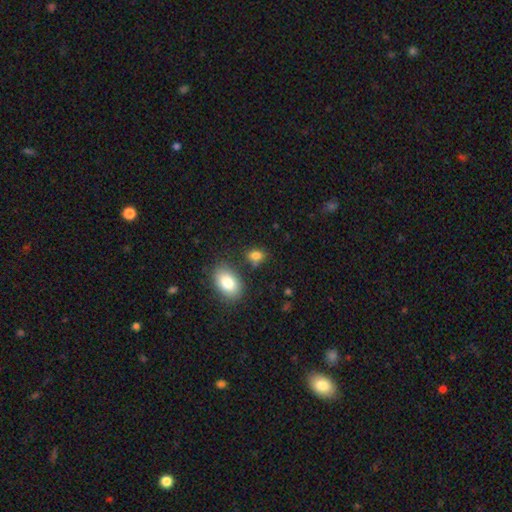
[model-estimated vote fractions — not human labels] Smooth or featured? Predicted: smooth (p=0.83). How rounded? Predicted: in between (p=0.69). Merging? Predicted: none (p=0.70).